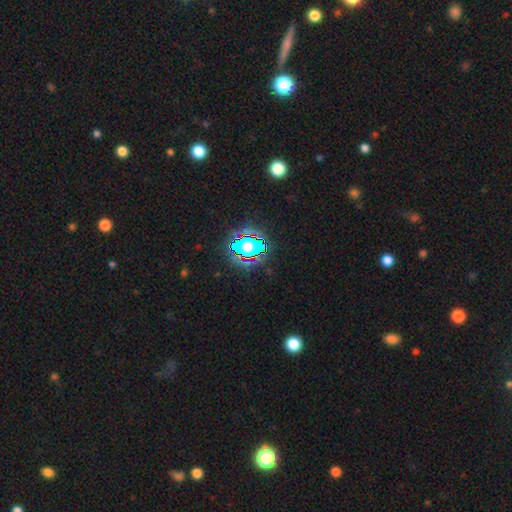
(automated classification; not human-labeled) This appears to be a star or artifact, not a galaxy (77%).